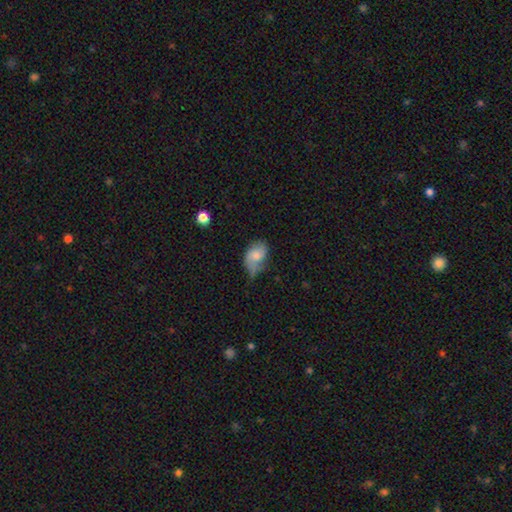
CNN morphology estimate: This is possibly a smooth galaxy (57%). How rounded: clearly in between (82%). Merging: marginally minor disturbance (40%).